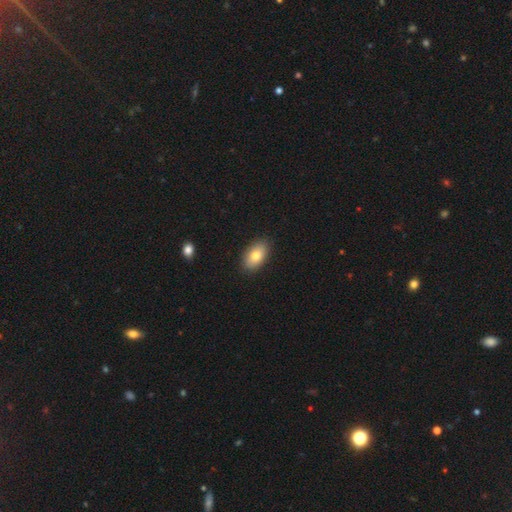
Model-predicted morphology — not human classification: Smooth or featured? Predicted: smooth (p=0.79). How rounded? Predicted: in between (p=0.92). Merging? Predicted: none (p=0.88).